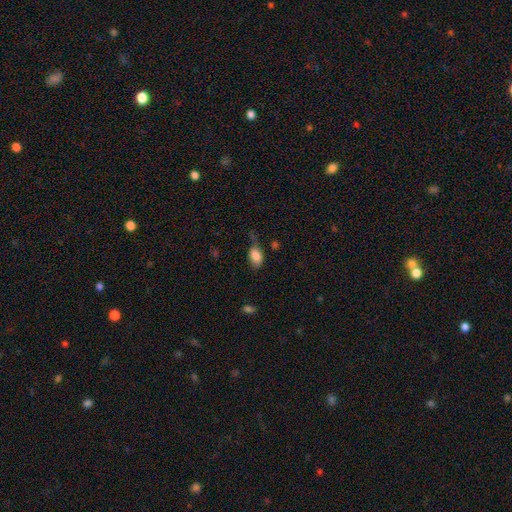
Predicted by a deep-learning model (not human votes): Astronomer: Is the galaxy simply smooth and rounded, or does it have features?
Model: smooth — 83%.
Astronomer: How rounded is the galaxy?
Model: in between — 88%.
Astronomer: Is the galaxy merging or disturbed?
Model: none — 46% (runner-up: minor disturbance, 34%).